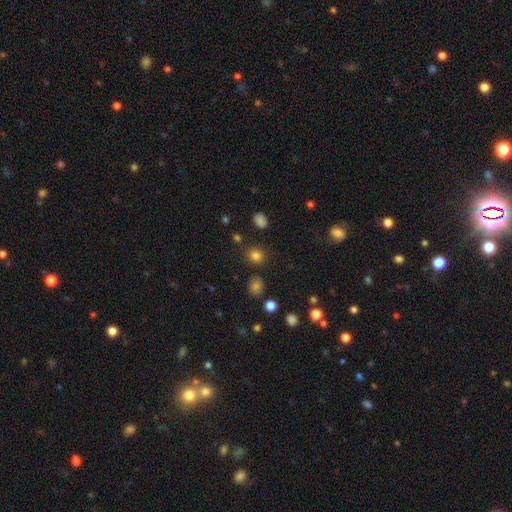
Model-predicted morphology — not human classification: A smooth galaxy with no disk features (80%) that is round (82%).

Vote fractions:
- Smooth or featured? smooth: 80% / star or artifact: 15% / featured or disk: 5%
- How rounded? round: 82% / in between: 17% / cigar-shaped: 1%
- Merging? none: 85% / minor disturbance: 8% / merger: 4% / major disturbance: 3%